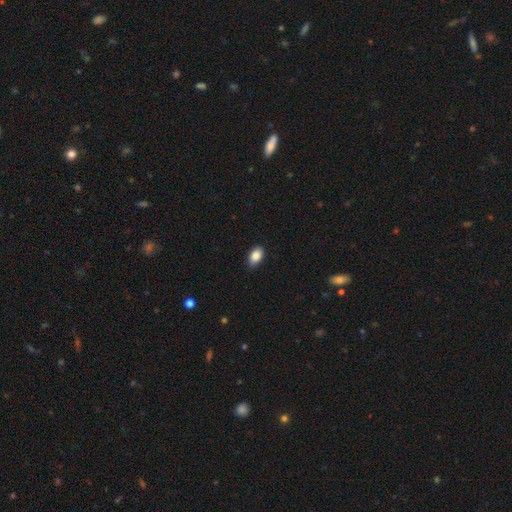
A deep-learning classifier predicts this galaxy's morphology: smooth-or-featured: smooth: 86% | star or artifact: 8% | featured or disk: 6%
  how-rounded: in between: 91% | round: 7% | cigar-shaped: 2%
  merging: none: 86% | minor disturbance: 12% | major disturbance: 2% | merger: 1%